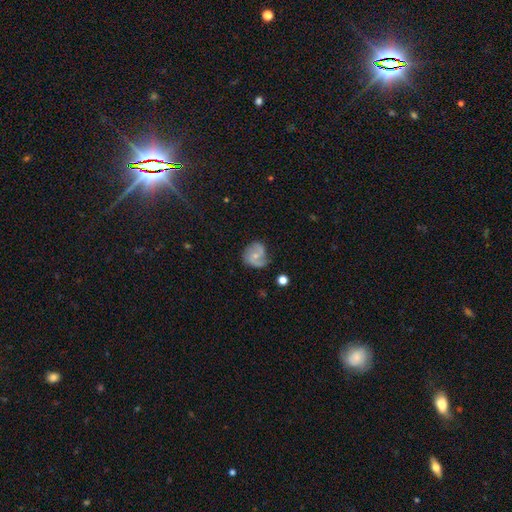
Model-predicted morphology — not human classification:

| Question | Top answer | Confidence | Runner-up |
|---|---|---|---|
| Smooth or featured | featured or disk | 63% | smooth (29%) |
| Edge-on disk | no | 98% | yes (2%) |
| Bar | no | 59% | weak (33%) |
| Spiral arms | yes | 87% | no (13%) |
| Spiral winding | medium | 45% | loose (29%) |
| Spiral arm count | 2 | 67% | 1 (14%) |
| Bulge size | small | 59% | moderate (35%) |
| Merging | none | 57% | minor disturbance (27%) |